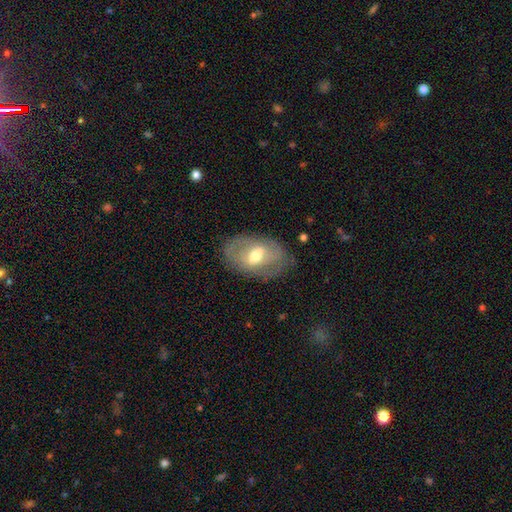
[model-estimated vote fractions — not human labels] Morphology: type=featured or disk (62%); edge-on=no (92%); bar=weak (50%); spiral arms=yes (61%); bulge=moderate (70%); merging=none (73%).